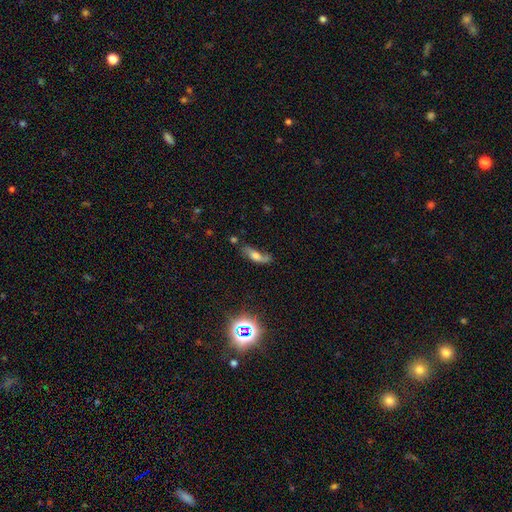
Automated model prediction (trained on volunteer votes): This is possibly a smooth galaxy (47%). Merging: marginally none (45%).